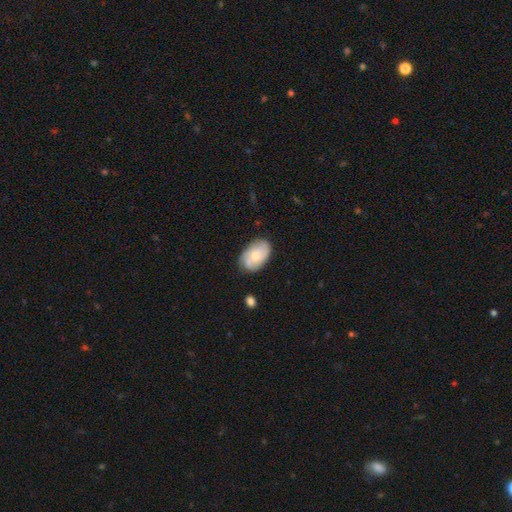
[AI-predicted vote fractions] A smooth galaxy with no disk features (53%) that is in between round and cigar-shaped (89%).

Vote fractions:
- Smooth or featured? smooth: 53% / featured or disk: 40% / star or artifact: 7%
- How rounded? in between: 89% / round: 10% / cigar-shaped: 1%
- Merging? none: 76% / minor disturbance: 18% / major disturbance: 4% / merger: 2%